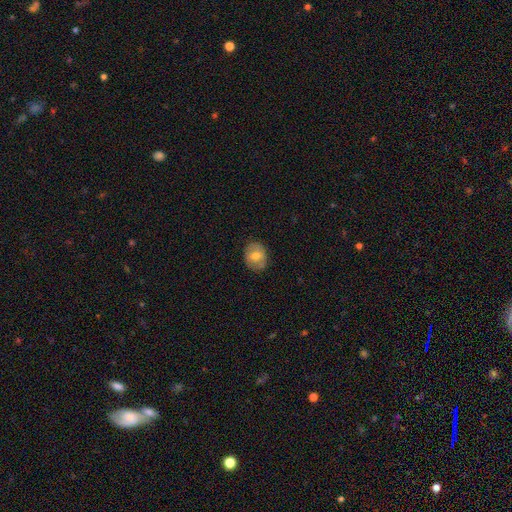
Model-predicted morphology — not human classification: This appears to be a smooth galaxy with no disk features (64%) that is round (61%). Merging: none (82%).